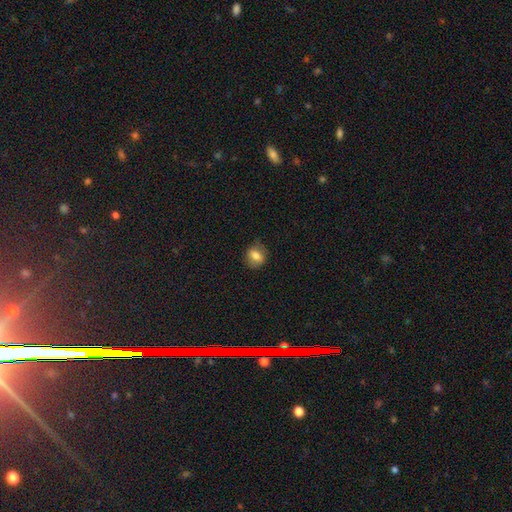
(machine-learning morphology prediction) Smooth or featured? smooth (76%)
How rounded? in between (49%, tied with round)
Merging? none (78%)